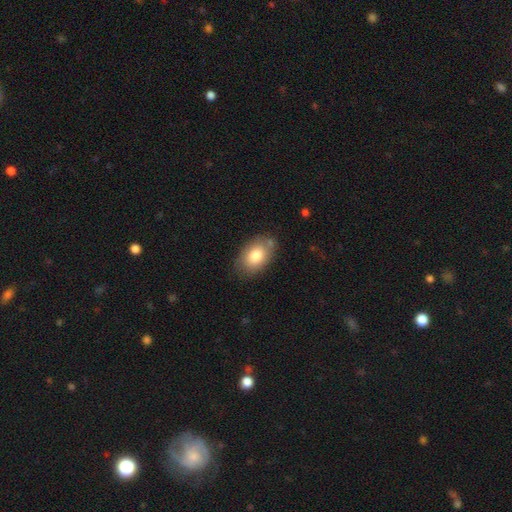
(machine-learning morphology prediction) Overall: smooth (79%). How rounded: in between (88%). Merging: none (74%).